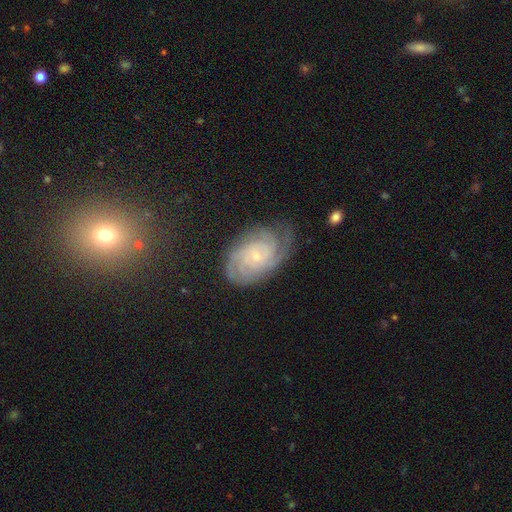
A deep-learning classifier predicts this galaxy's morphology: This appears to be a featured or disk galaxy (82%) with no bar (74%), tight (77%) spiral arms (97%) and a small central bulge (81%). Merging: none (72%).